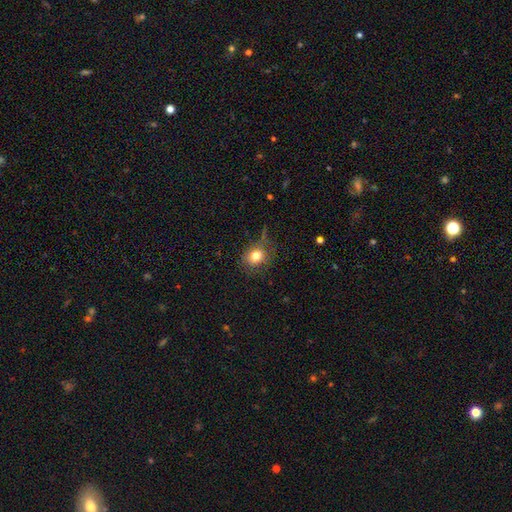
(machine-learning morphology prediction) A smooth galaxy with no disk features (78%) that is round (68%). Merging: none (72%).